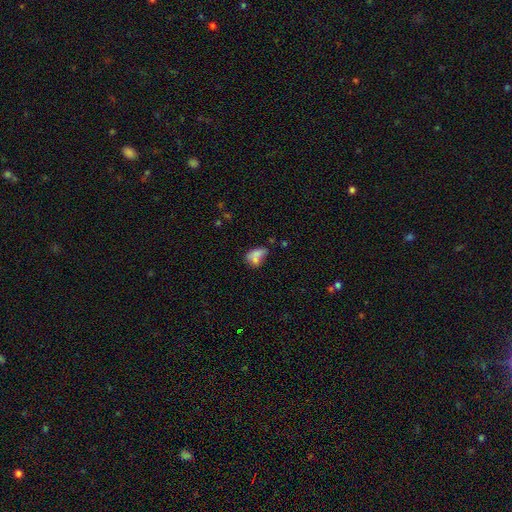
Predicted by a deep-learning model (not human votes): Q: Smooth or featured?
A: smooth (69%); runner-up: featured or disk (19%)
Q: How rounded?
A: in between (83%); runner-up: round (11%)
Q: Merging?
A: merger (34%); runner-up: none (29%)